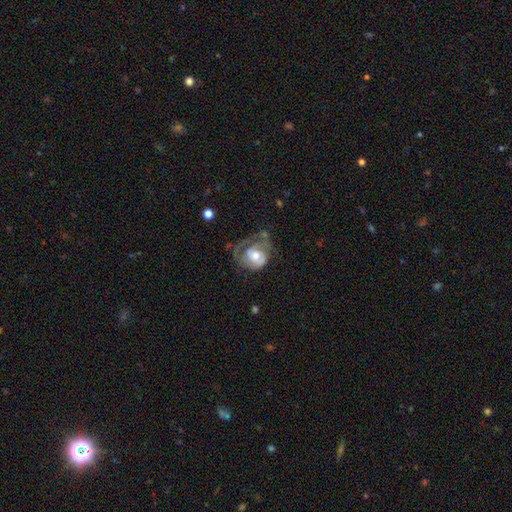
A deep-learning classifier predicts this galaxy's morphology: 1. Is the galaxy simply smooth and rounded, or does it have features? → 64% featured or disk, 30% smooth, 6% star or artifact.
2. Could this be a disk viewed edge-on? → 97% no, 3% yes.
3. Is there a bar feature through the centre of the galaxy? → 66% no, 28% weak, 6% strong.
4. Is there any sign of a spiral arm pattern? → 76% yes, 24% no.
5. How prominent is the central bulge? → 62% moderate, 19% small, 16% large, 2% none, 2% dominant.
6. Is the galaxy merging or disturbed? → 38% major disturbance, 34% none, 25% minor disturbance, 4% merger.